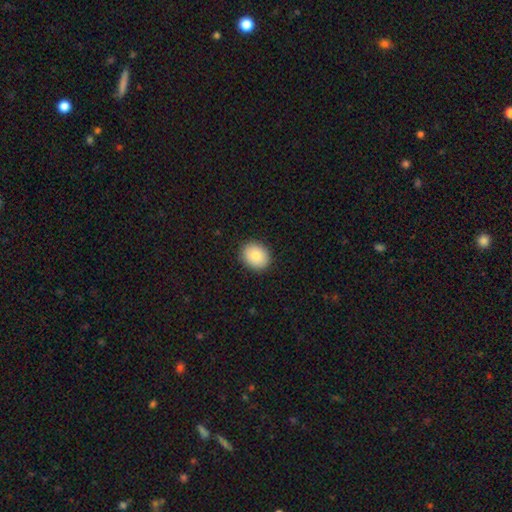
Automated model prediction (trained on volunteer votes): The model was most divided on "how rounded": round: 52%, in between: 47%, cigar-shaped: 1%. More confident: merging — none (90%); smooth or featured — smooth (83%).